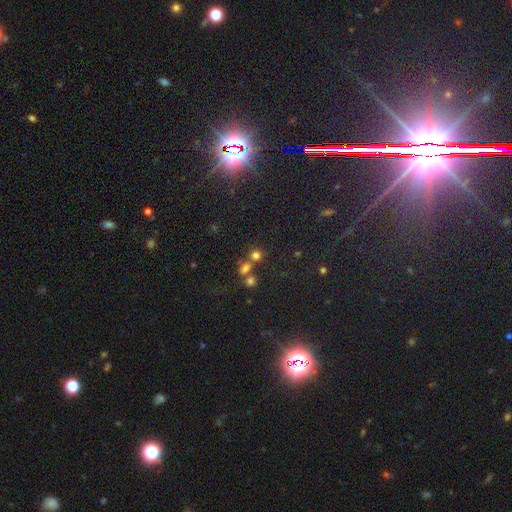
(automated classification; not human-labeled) Smooth or featured? smooth (70%)
How rounded? round (81%)
Merging? none (54%)